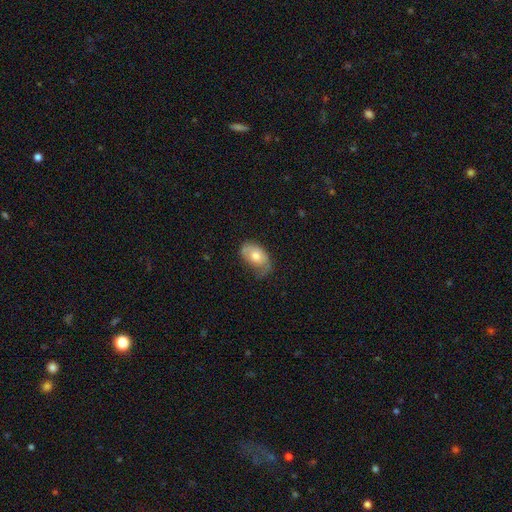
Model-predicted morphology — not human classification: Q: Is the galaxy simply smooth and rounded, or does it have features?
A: smooth — 62%.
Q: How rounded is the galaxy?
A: in between — 89%.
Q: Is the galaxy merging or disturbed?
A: none — 42%.